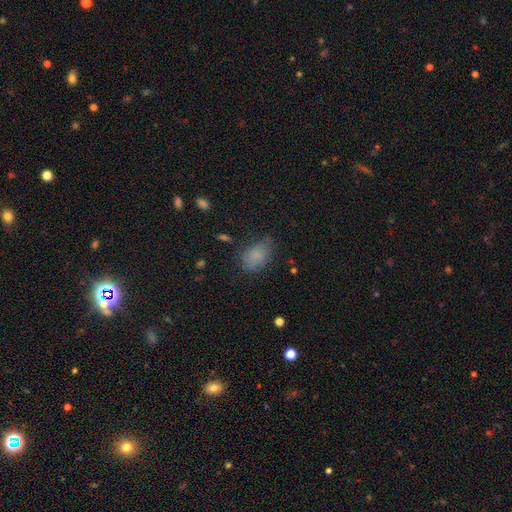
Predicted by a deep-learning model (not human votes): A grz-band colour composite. It shows a smooth galaxy with no disk features (79%) that is in between round and cigar-shaped (86%). Merging: none (63%).